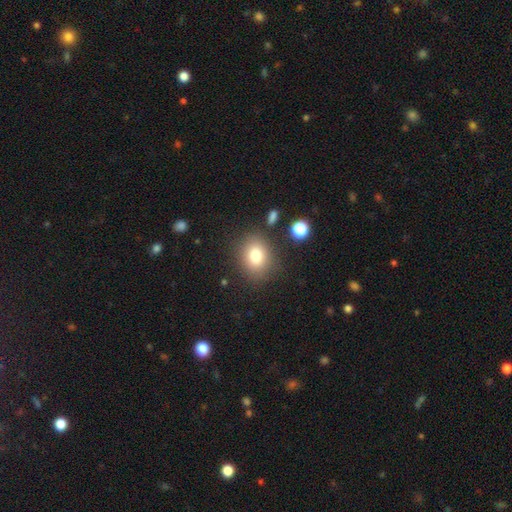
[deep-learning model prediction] This is likely a smooth galaxy (79%). How rounded: possibly in between (50%). Merging: clearly none (81%).